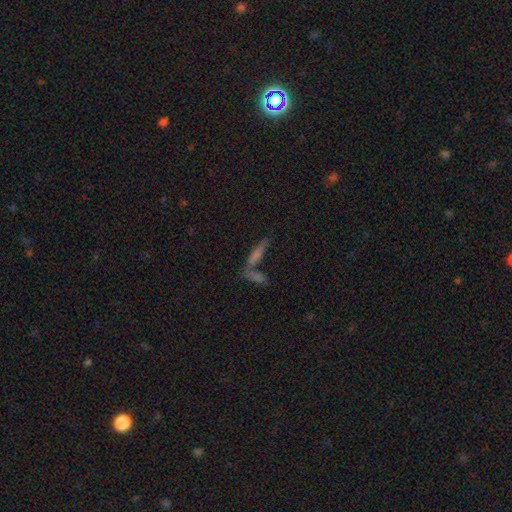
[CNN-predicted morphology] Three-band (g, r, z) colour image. It shows a smooth galaxy with no disk features (49%). Merging: none (51%).